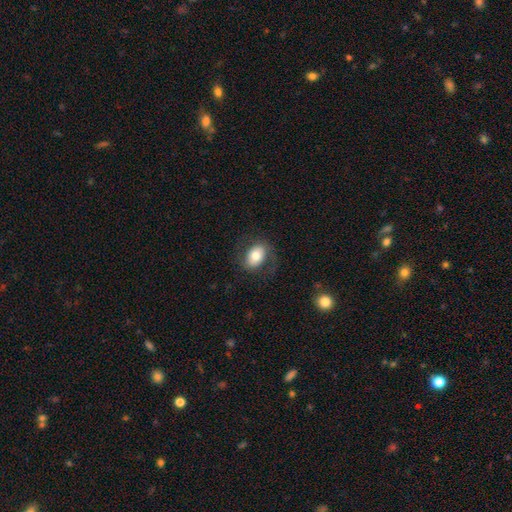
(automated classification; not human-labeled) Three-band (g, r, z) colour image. It shows a smooth galaxy with no disk features (66%) that is in between round and cigar-shaped (77%). Merging: none (72%).